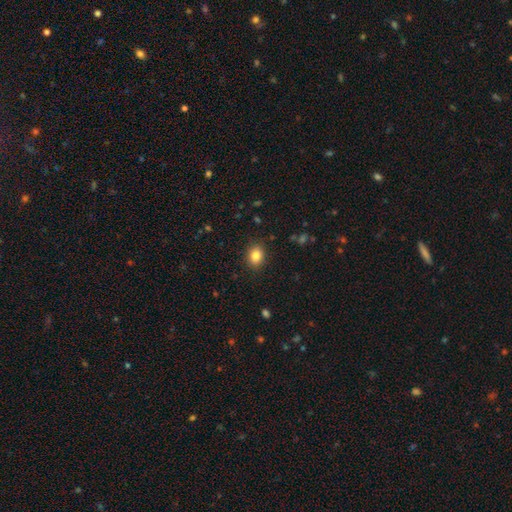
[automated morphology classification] A smooth galaxy with no disk features (85%) that is in between round and cigar-shaped (65%). Merging: none (88%).